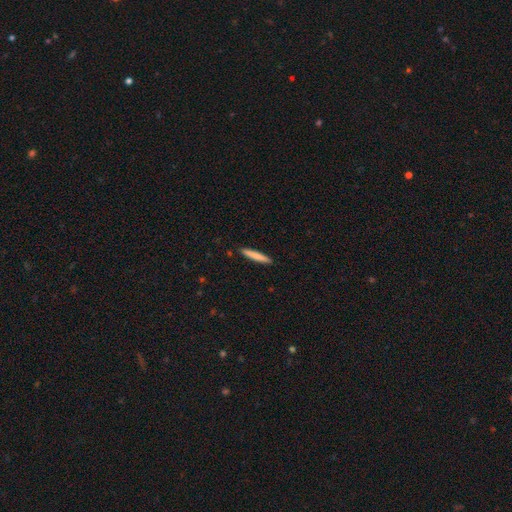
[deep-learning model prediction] Smooth or featured? smooth (79%)
How rounded? cigar-shaped (94%)
Merging? none (91%)